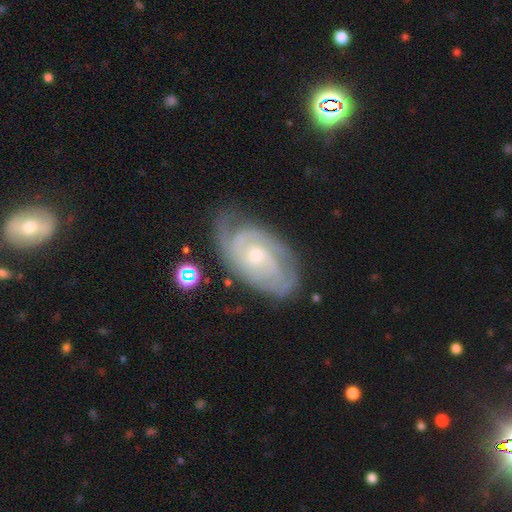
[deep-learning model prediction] A featured or disk galaxy (85%) with no bar (70%), 2 (30%) tight (64%) spiral arms (96%) and a small central bulge (63%). Merging: none (71%).